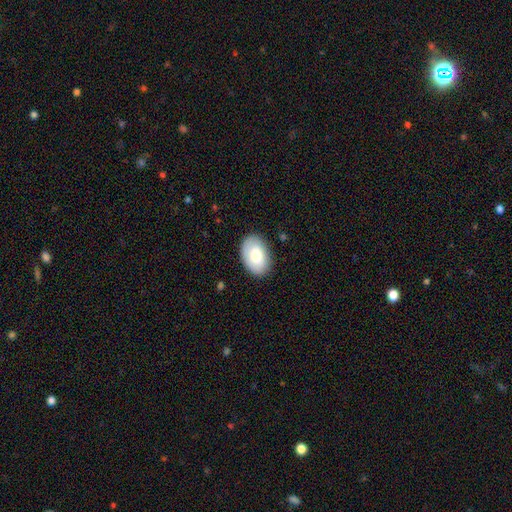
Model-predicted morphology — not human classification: The model was most divided on "smooth or featured": smooth: 80%, featured or disk: 14%, star or artifact: 6%. More confident: how rounded — in between (91%); merging — none (83%).